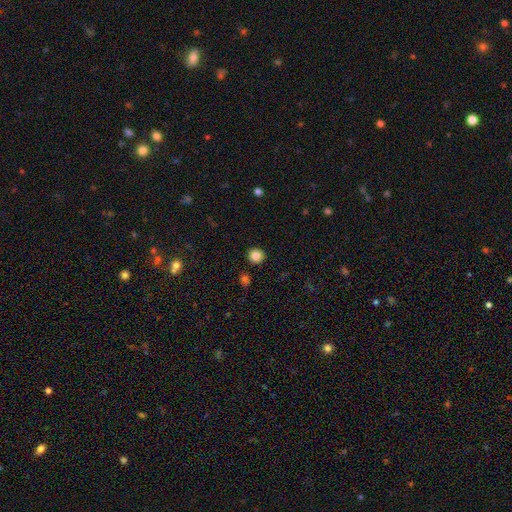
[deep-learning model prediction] Smooth or featured? smooth (84%)
How rounded? round (93%)
Merging? none (91%)